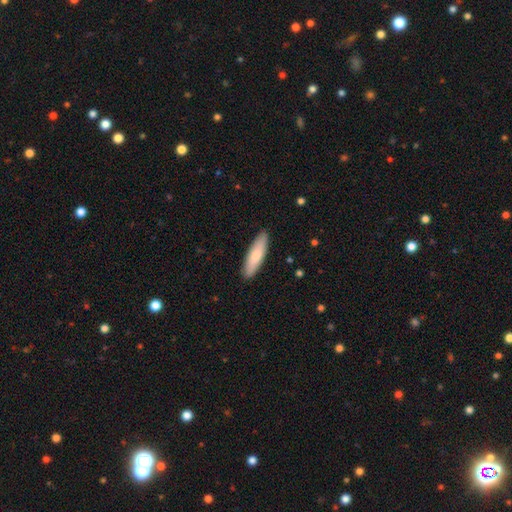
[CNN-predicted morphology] This is likely a smooth galaxy (76%). How rounded: likely cigar-shaped (64%). Merging: clearly none (89%).